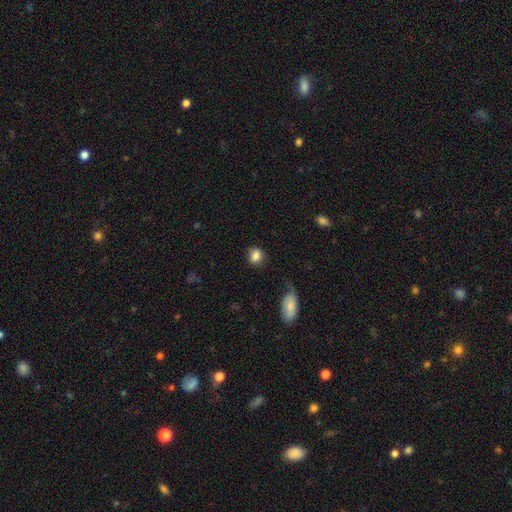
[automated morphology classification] Overall: smooth (85%). How rounded: round (65%; in between 34%). Merging: none (75%).